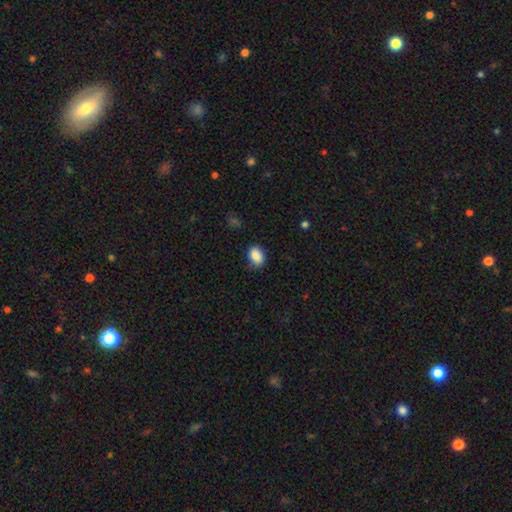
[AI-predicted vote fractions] This is clearly a smooth galaxy (88%). How rounded: clearly in between (82%). Merging: likely none (74%).